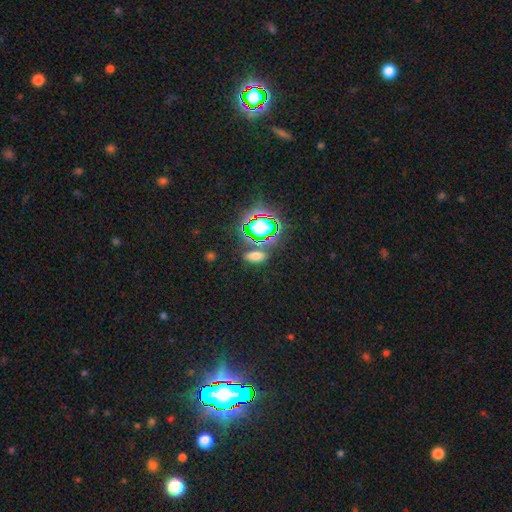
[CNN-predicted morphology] Overall: smooth (57%; star or artifact 34%). How rounded: in between (79%). Merging: none (77%).